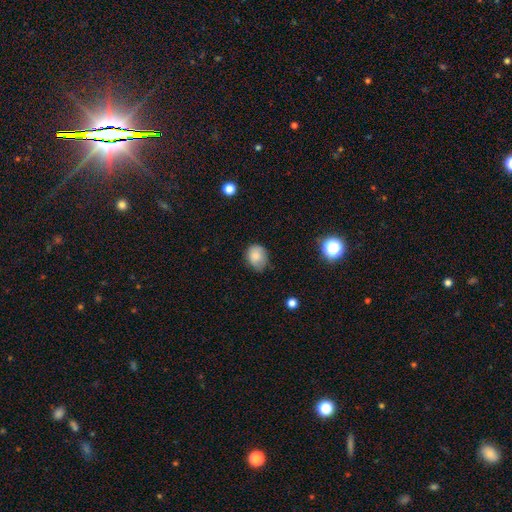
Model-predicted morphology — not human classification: Smooth or featured: smooth — 81% (star or artifact — 10%)
How rounded: in between — 52% (round — 47%)
Merging: none — 60% (minor disturbance — 31%)